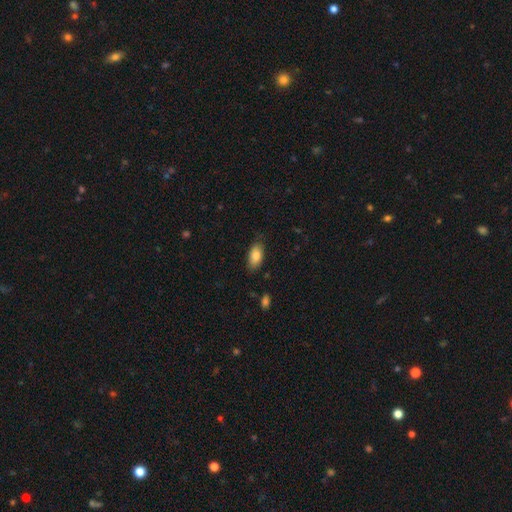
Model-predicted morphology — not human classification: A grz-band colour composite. It shows a smooth galaxy with no disk features (86%) that is in between round and cigar-shaped (92%). Merging: none (79%).